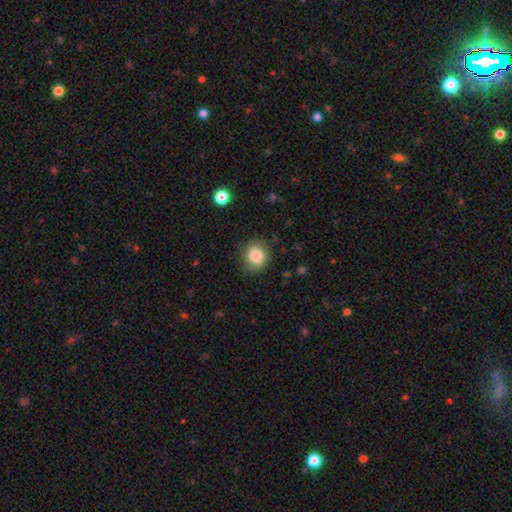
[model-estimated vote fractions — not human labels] smooth-or-featured: smooth: 84% | star or artifact: 8% | featured or disk: 8%
  how-rounded: round: 76% | in between: 23% | cigar-shaped: 1%
  merging: none: 79% | minor disturbance: 15% | major disturbance: 5% | merger: 1%